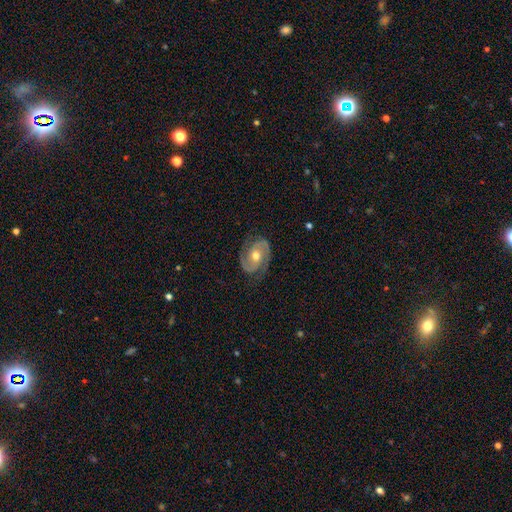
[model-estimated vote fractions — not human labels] This is clearly a featured or disk galaxy (90%). It is clearly not viewed edge-on (98%). Bar: likely no (61%). Spiral arm pattern: clearly yes (97%). Spiral arm count: clearly 2 (93%). Spiral winding: possibly medium (49%). Central bulge: likely moderate (77%). Merging: clearly none (81%).